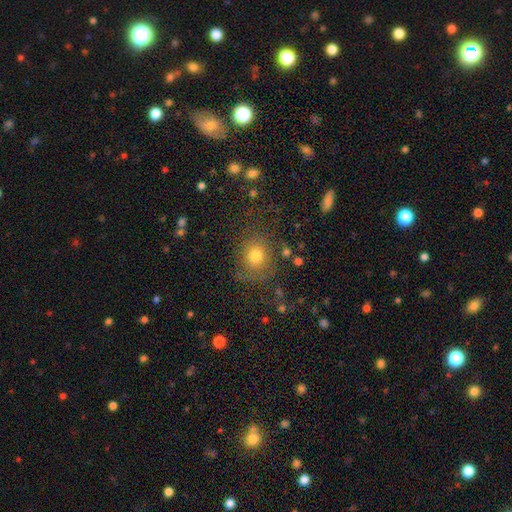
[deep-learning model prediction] The model was most divided on "smooth or featured": smooth: 59%, featured or disk: 25%, star or artifact: 15%. More confident: how rounded — round (72%); merging — none (68%).